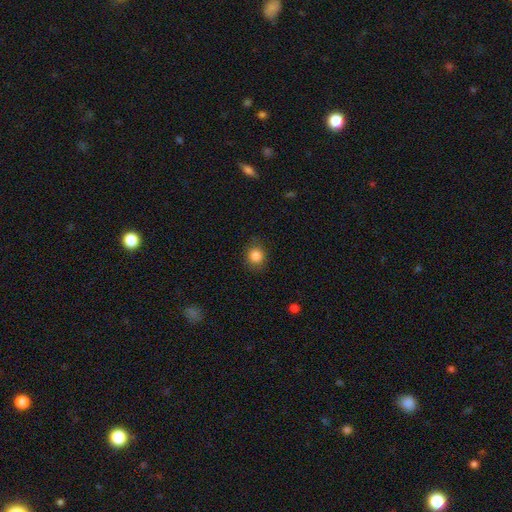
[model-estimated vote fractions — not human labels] A smooth galaxy with no disk features (84%) that is round (80%).

Vote fractions:
- Smooth or featured? smooth: 84% / star or artifact: 11% / featured or disk: 5%
- How rounded? round: 80% / in between: 20% / cigar-shaped: 1%
- Merging? none: 85% / minor disturbance: 11% / major disturbance: 3% / merger: 1%